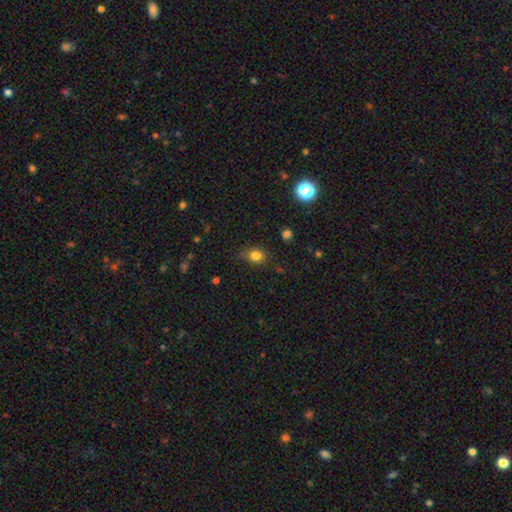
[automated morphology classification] Q: Smooth or featured?
A: smooth (81%); runner-up: star or artifact (13%)
Q: How rounded?
A: round (66%); runner-up: in between (33%)
Q: Merging?
A: none (73%); runner-up: minor disturbance (20%)